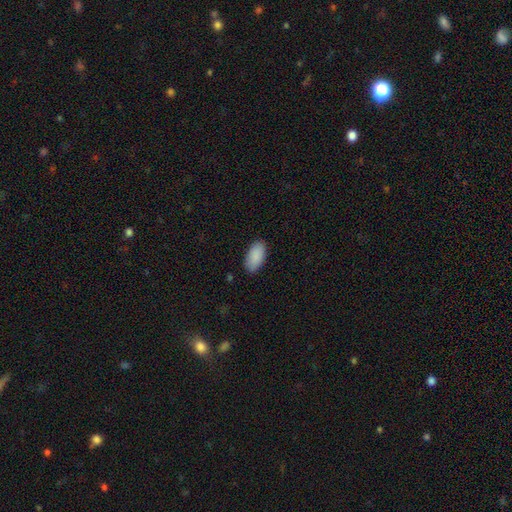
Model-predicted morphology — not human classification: This is clearly a smooth galaxy (90%). How rounded: clearly in between (95%). Merging: clearly none (87%).